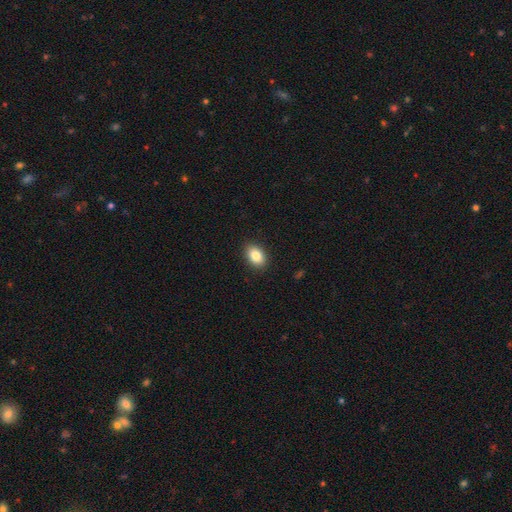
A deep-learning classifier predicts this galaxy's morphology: smooth 85%, star or artifact 8%, featured or disk 7%. Down the decision tree: how rounded — in between (84%); merging — none (89%).